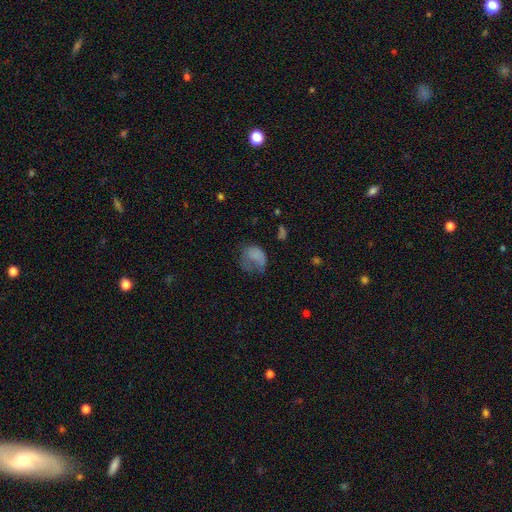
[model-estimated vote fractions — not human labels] Smooth or featured?
  - smooth: 66% *
  - featured or disk: 22%
  - star or artifact: 12%
How rounded?
  - in between: 56% *
  - round: 43%
  - cigar-shaped: 1%
Merging?
  - major disturbance: 46% *
  - none: 25%
  - minor disturbance: 25%
  - merger: 3%